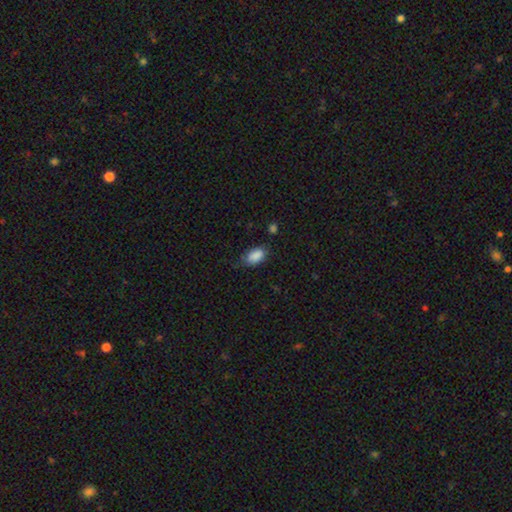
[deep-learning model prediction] smooth 88%, star or artifact 8%, featured or disk 4%. Down the decision tree: how rounded — in between (92%); merging — none (67%).